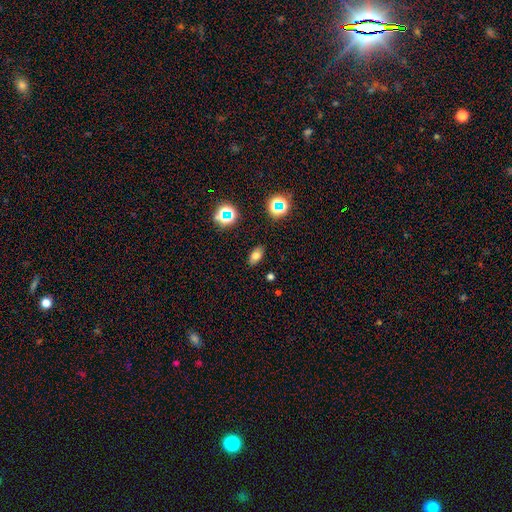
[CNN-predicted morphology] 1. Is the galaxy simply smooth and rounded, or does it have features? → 71% smooth, 16% star or artifact, 13% featured or disk.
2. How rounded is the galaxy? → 87% in between, 10% round, 3% cigar-shaped.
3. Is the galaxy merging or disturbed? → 87% none, 9% minor disturbance, 3% major disturbance, 2% merger.